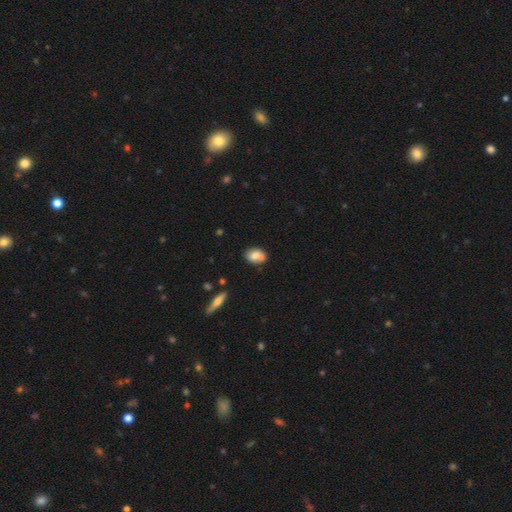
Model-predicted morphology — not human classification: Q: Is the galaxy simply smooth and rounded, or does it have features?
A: smooth — 73%.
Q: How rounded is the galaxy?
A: in between — 71%.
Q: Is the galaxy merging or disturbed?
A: none — 59%.